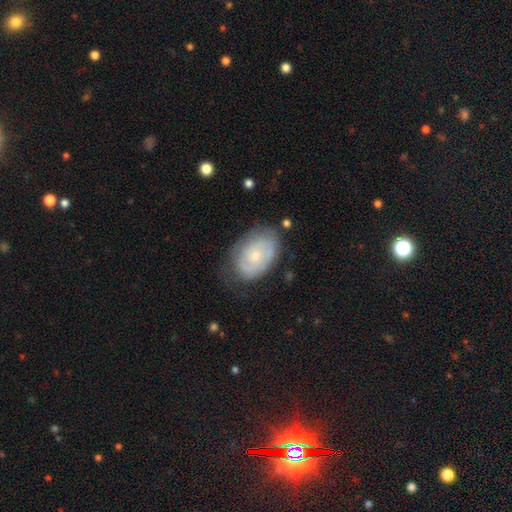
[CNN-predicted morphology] A featured or disk galaxy (63%) with no bar (77%), spiral arms (80%) and a small central bulge (63%). Merging: none (68%).